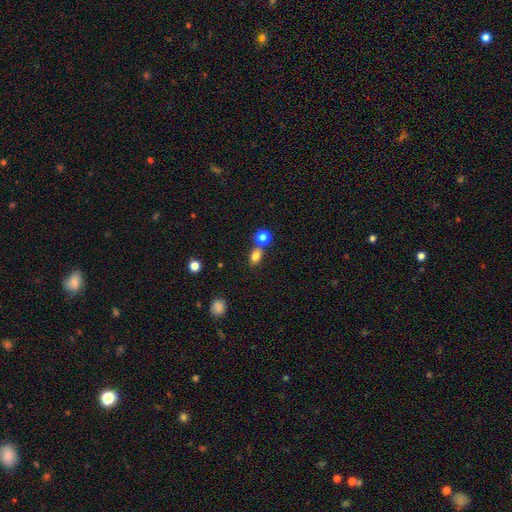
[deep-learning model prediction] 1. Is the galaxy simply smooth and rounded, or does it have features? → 81% smooth, 12% star or artifact, 8% featured or disk.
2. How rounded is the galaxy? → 67% in between, 31% round, 2% cigar-shaped.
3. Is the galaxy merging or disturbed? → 54% none, 33% merger, 10% minor disturbance, 3% major disturbance.